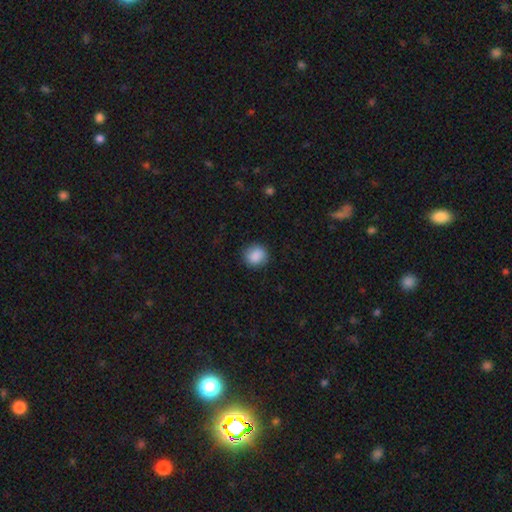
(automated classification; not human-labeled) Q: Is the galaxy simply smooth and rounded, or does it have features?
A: smooth — 88%.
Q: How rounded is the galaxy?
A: round — 85%.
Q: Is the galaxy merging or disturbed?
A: none — 87%.